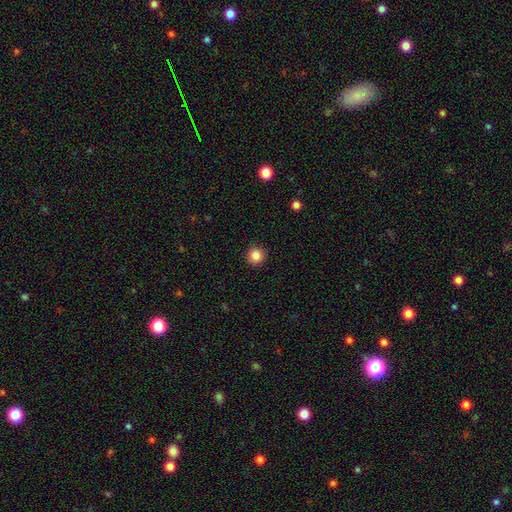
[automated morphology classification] smooth-or-featured: smooth: 85% | star or artifact: 10% | featured or disk: 4%
  how-rounded: round: 94% | in between: 5% | cigar-shaped: 1%
  merging: none: 92% | minor disturbance: 5% | major disturbance: 2% | merger: 1%